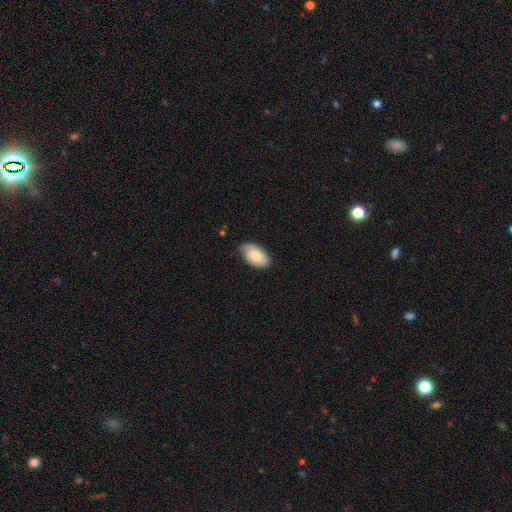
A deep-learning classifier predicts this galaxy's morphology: A smooth galaxy with no disk features (76%) that is in between round and cigar-shaped (94%).

Vote fractions:
- Smooth or featured? smooth: 76% / featured or disk: 18% / star or artifact: 6%
- How rounded? in between: 94% / round: 4% / cigar-shaped: 1%
- Merging? none: 67% / minor disturbance: 27% / major disturbance: 4% / merger: 1%